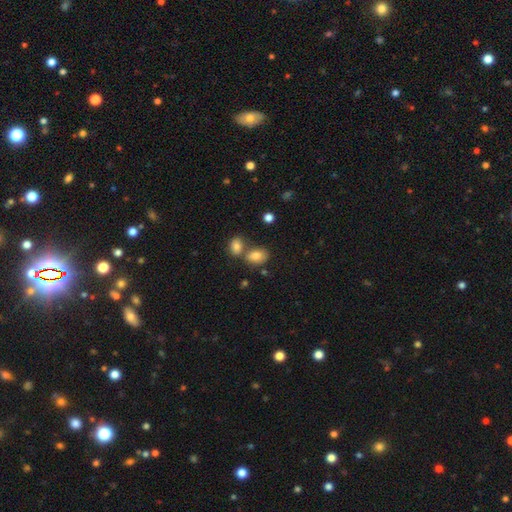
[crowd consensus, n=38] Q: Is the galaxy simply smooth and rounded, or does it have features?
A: smooth — 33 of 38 (87%).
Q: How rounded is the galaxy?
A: in between — 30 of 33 (91%).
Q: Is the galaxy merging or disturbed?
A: merger — 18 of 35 (51%).